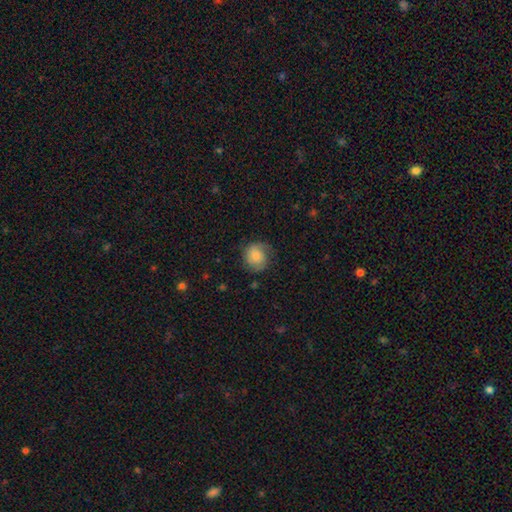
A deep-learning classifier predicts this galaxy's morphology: Smooth or featured? smooth (68%)
How rounded? round (82%)
Merging? none (65%)